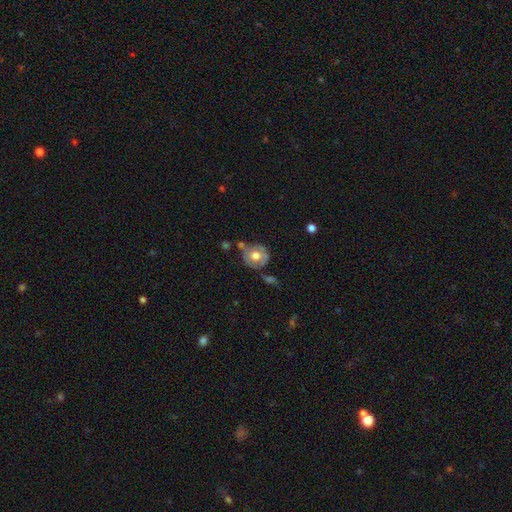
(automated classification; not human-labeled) Overall: smooth (55%; featured or disk 37%). How rounded: round (80%). Merging: none (54%; minor disturbance 24%).